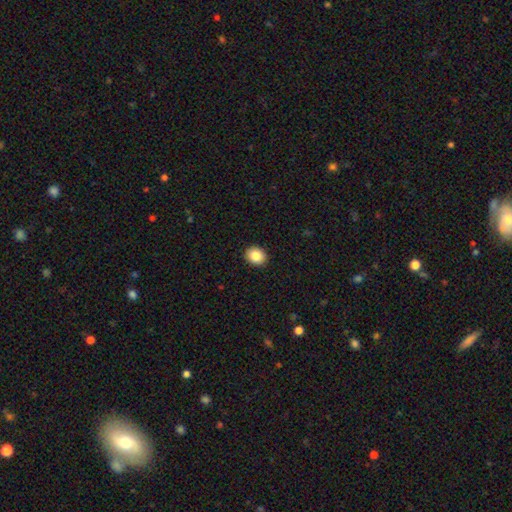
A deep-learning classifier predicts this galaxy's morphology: Smooth or featured? Predicted: smooth (p=0.85). How rounded? Predicted: round (p=0.61). Merging? Predicted: none (p=0.92).